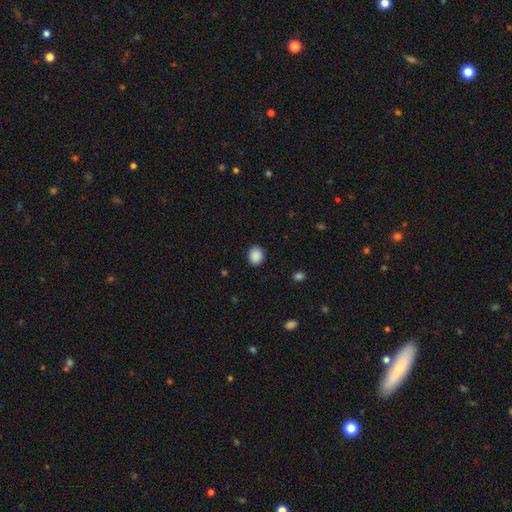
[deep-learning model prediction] This is clearly a smooth galaxy (89%). How rounded: possibly round (60%). Merging: clearly none (88%).